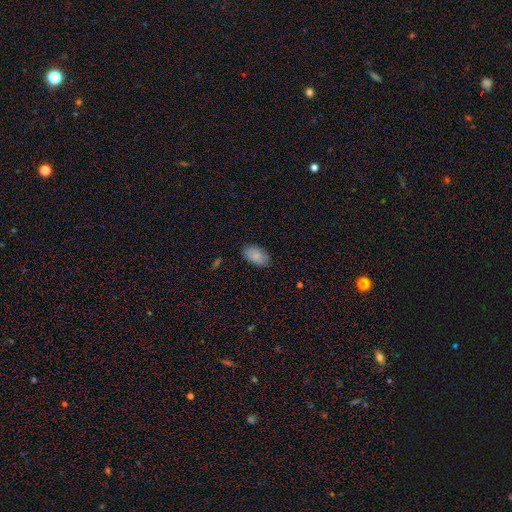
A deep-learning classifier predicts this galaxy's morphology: Q: Smooth or featured?
A: smooth (82%); runner-up: featured or disk (11%)
Q: How rounded?
A: in between (93%); runner-up: round (6%)
Q: Merging?
A: none (82%); runner-up: minor disturbance (14%)